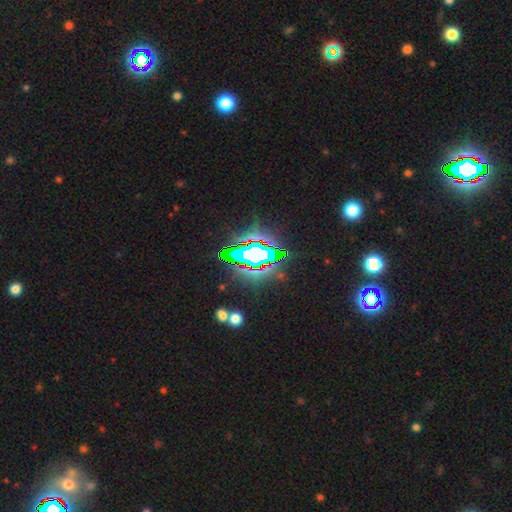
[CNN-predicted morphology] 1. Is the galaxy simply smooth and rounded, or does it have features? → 69% star or artifact, 16% featured or disk, 15% smooth.